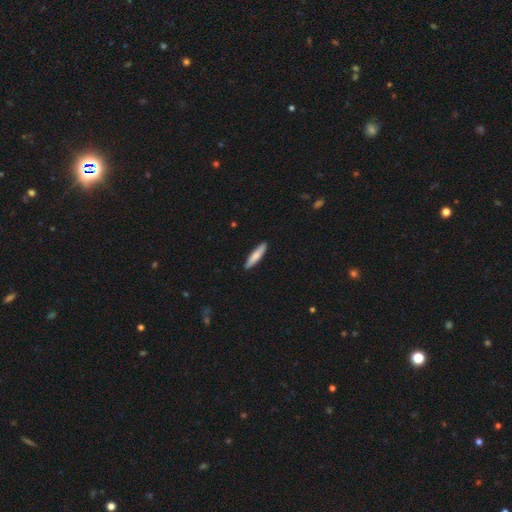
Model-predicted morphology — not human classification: The model was most divided on "smooth or featured": smooth: 77%, featured or disk: 18%, star or artifact: 5%. More confident: merging — none (90%); how rounded — cigar-shaped (86%).